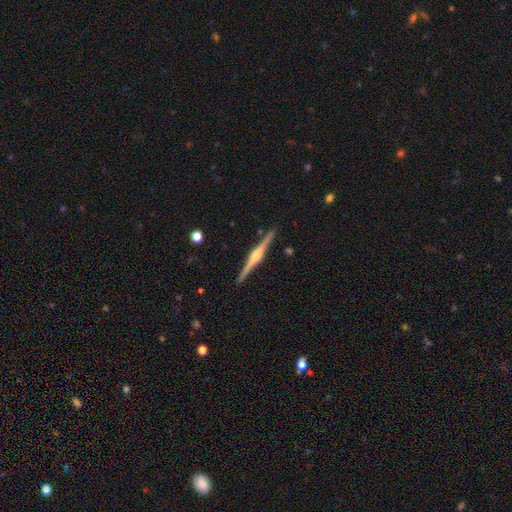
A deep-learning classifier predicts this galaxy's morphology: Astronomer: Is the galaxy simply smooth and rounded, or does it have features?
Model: featured or disk — 86%.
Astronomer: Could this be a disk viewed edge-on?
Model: yes — 99%.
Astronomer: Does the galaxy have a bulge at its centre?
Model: rounded — 81%.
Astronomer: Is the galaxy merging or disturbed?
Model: none — 92%.